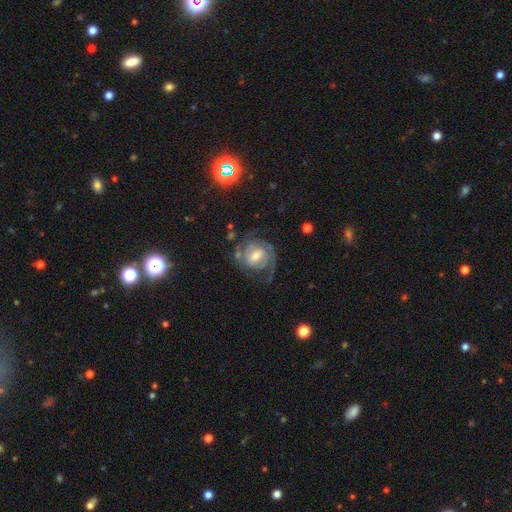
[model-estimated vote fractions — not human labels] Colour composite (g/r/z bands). It shows a featured or disk galaxy (85%) with a weak bar (52%), 2 (56%) tight (54%) spiral arms (96%) and a moderate central bulge (60%). Merging: none (66%).